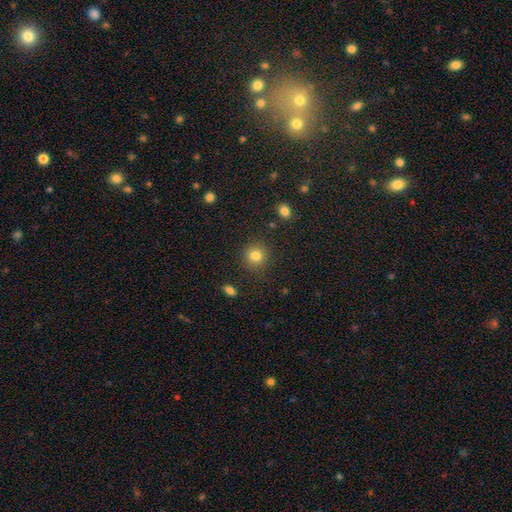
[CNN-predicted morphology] smooth_or_featured: smooth (p=0.82) [alt: star or artifact p=0.11]
how_rounded: round (p=0.90) [alt: in between p=0.09]
merging: none (p=0.89) [alt: minor disturbance p=0.07]